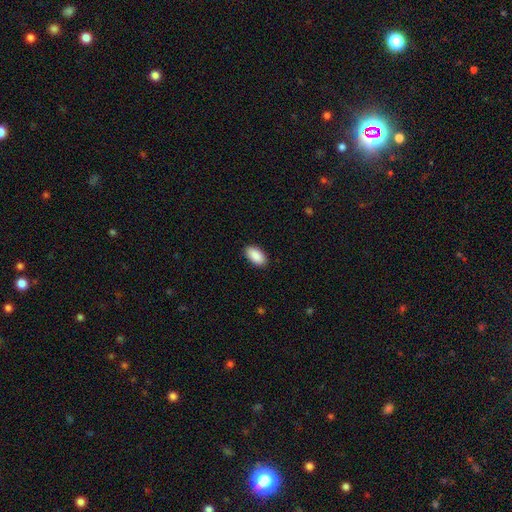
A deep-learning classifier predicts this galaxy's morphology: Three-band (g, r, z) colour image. It shows a smooth galaxy with no disk features (91%) that is in between round and cigar-shaped (95%). Merging: none (89%).